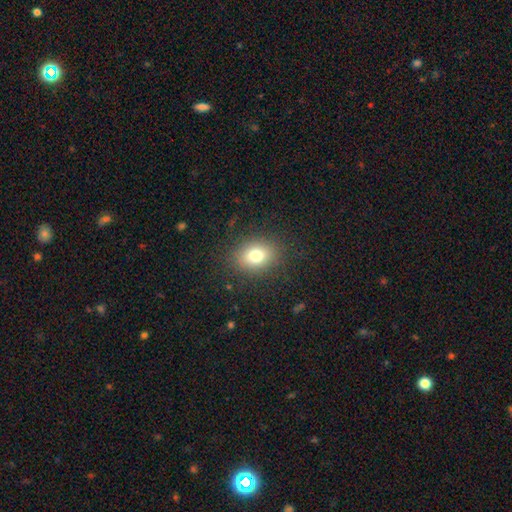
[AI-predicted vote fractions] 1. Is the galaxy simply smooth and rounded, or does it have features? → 77% smooth, 12% star or artifact, 11% featured or disk.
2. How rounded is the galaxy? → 58% in between, 41% round, 1% cigar-shaped.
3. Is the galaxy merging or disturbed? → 86% none, 9% minor disturbance, 4% major disturbance, 1% merger.